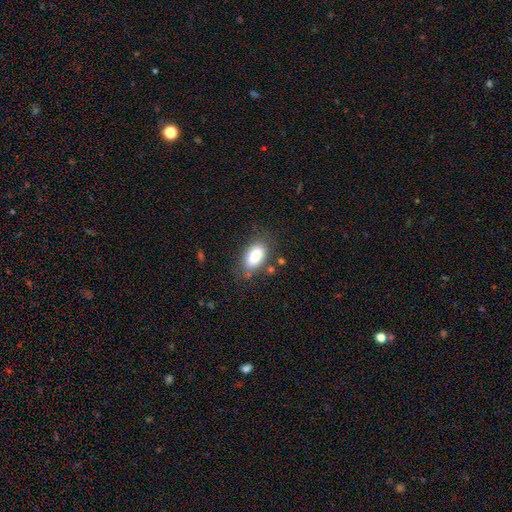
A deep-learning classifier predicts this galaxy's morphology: Smooth or featured: smooth — 83% (featured or disk — 9%)
How rounded: in between — 92% (round — 5%)
Merging: none — 75% (minor disturbance — 16%)